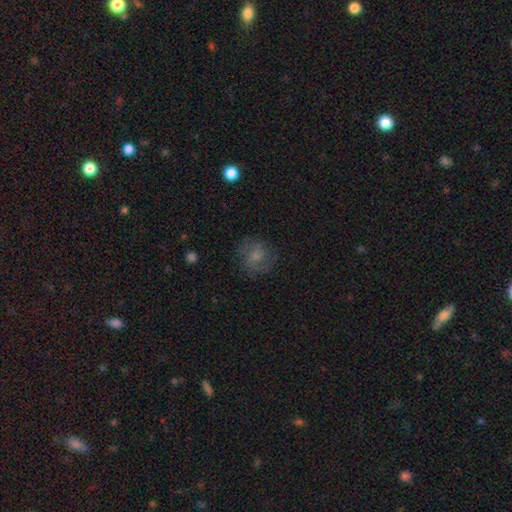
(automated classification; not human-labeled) Overall: featured or disk (46%; smooth 43%). Merging: none (71%).